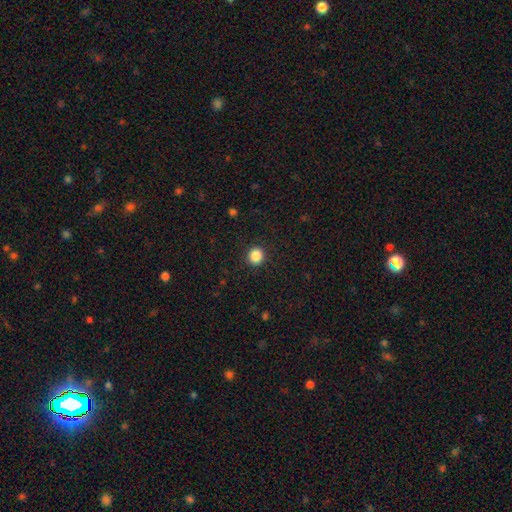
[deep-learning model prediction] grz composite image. It shows a smooth galaxy with no disk features (87%) that is round (91%). Merging: none (92%).